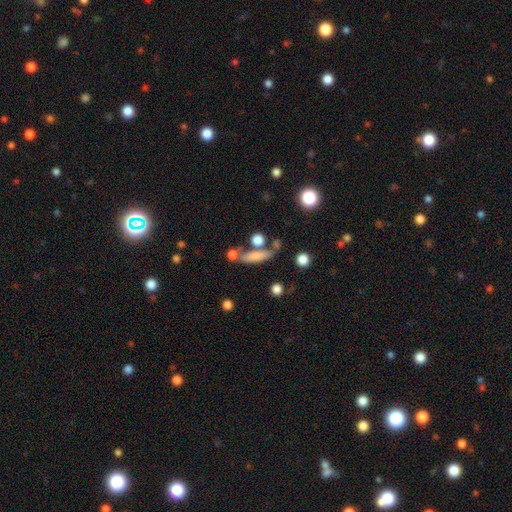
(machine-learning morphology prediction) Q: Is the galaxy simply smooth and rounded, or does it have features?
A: smooth — 72%.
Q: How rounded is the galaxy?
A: cigar-shaped — 65%.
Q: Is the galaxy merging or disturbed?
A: none — 59%.